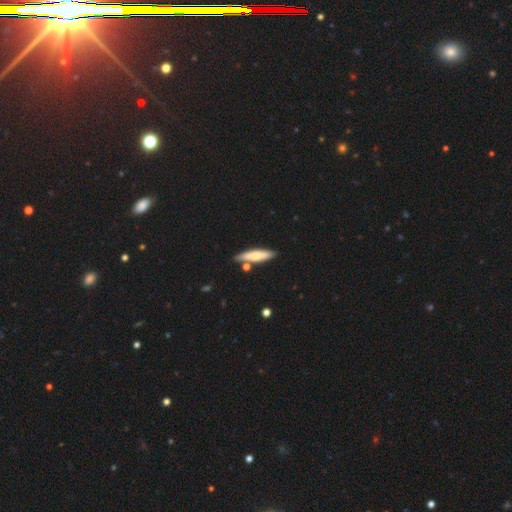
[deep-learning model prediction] smooth_or_featured: smooth (p=0.69) [alt: featured or disk p=0.25]
how_rounded: cigar-shaped (p=0.78) [alt: in between p=0.20]
merging: none (p=0.80) [alt: minor disturbance p=0.11]